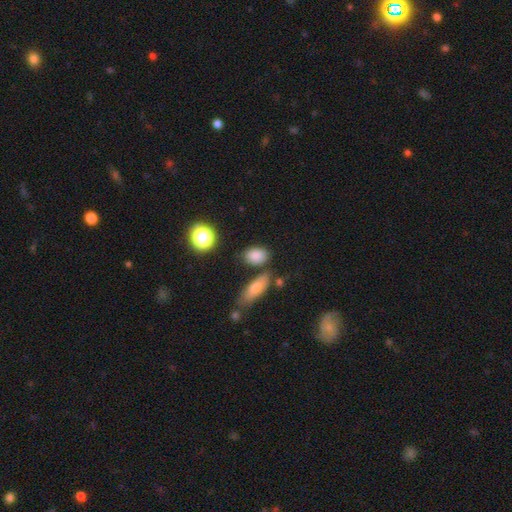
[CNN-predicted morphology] Q: Smooth or featured?
A: smooth (82%); runner-up: star or artifact (12%)
Q: How rounded?
A: in between (76%); runner-up: round (21%)
Q: Merging?
A: none (73%); runner-up: minor disturbance (14%)